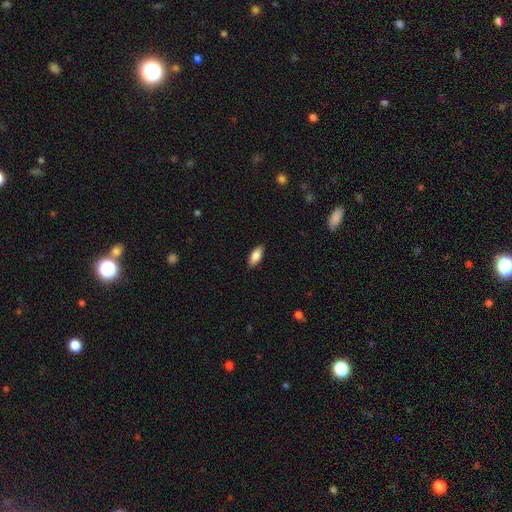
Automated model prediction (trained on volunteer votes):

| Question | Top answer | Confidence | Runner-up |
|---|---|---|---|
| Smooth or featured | smooth | 86% | featured or disk (8%) |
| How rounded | in between | 86% | cigar-shaped (12%) |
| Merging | none | 87% | minor disturbance (10%) |